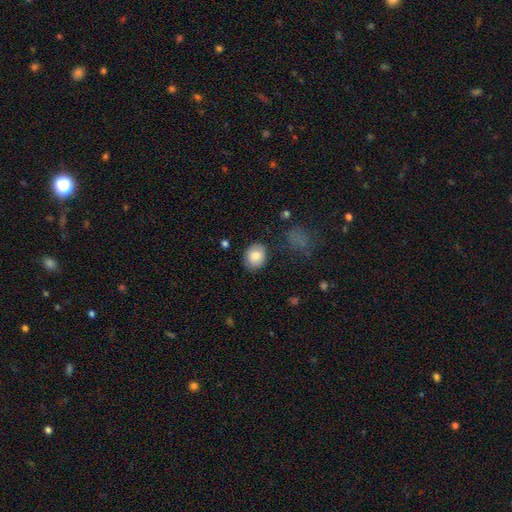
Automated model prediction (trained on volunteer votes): Q: Smooth or featured?
A: smooth (81%); runner-up: featured or disk (11%)
Q: How rounded?
A: round (58%); runner-up: in between (41%)
Q: Merging?
A: none (83%); runner-up: minor disturbance (12%)